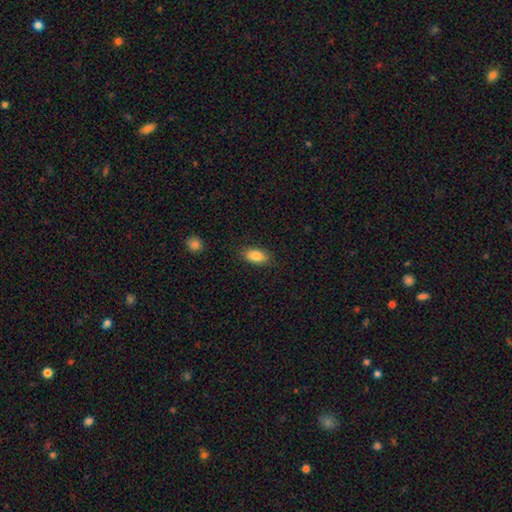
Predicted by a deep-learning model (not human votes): A smooth galaxy with no disk features (84%) that is in between round and cigar-shaped (90%). Merging: none (85%).